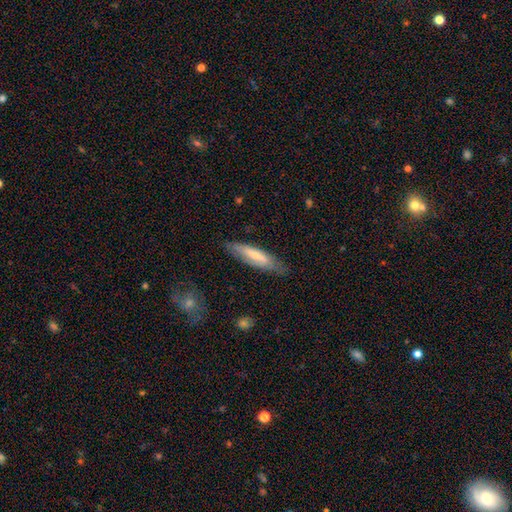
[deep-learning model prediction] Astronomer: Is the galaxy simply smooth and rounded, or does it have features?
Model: smooth — 55% (runner-up: featured or disk, 39%).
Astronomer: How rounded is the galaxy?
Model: cigar-shaped — 72%.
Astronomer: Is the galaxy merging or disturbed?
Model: none — 78%.